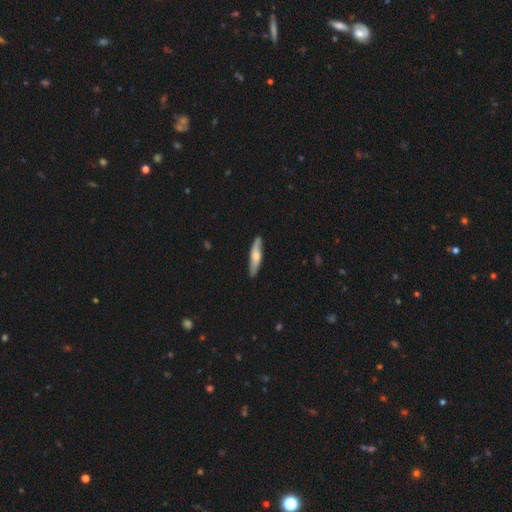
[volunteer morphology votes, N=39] smooth-or-featured: smooth: 54% | featured or disk: 41% | star or artifact: 5%
  how-rounded: cigar-shaped: 100% | round: 0% | in between: 0%
  merging: none: 81% | minor disturbance: 16% | merger: 3% | major disturbance: 0%